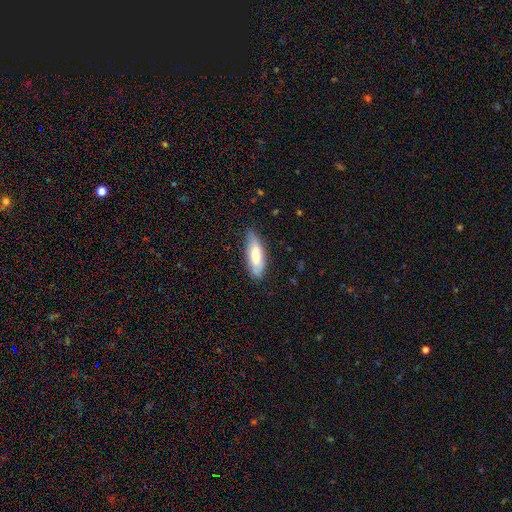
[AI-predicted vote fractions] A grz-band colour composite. It shows a smooth galaxy with no disk features (69%) that is in between round and cigar-shaped (59%). Merging: none (73%).